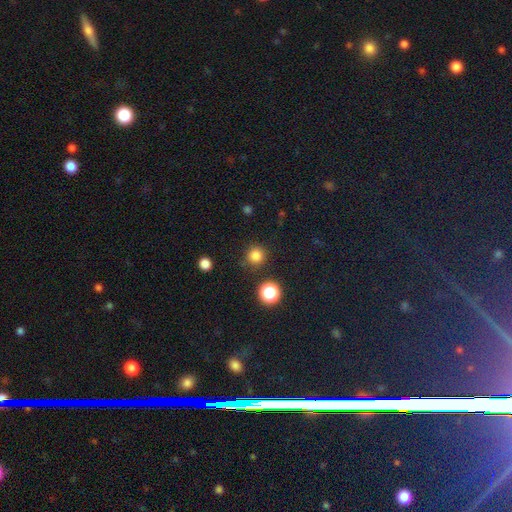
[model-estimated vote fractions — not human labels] A smooth galaxy with no disk features (81%) that is round (94%). Merging: none (85%).